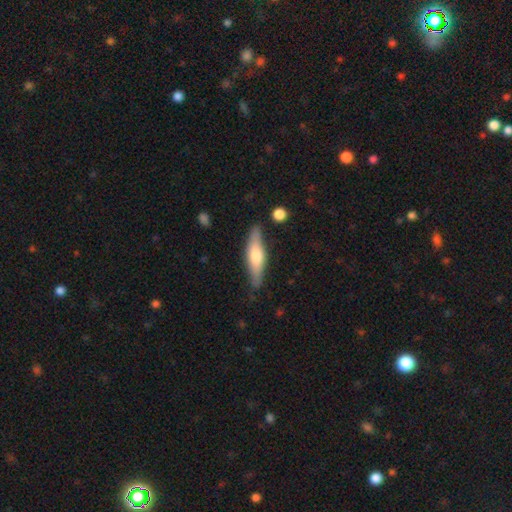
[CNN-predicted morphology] smooth 51%, featured or disk 44%, star or artifact 6%. Down the decision tree: how rounded — cigar-shaped (72%); merging — none (84%).